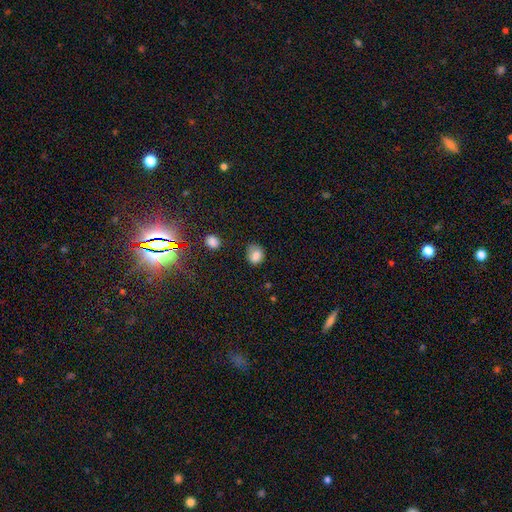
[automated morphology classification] Smooth or featured? Predicted: smooth (p=0.82). How rounded? Predicted: round (p=0.65). Merging? Predicted: none (p=0.65).